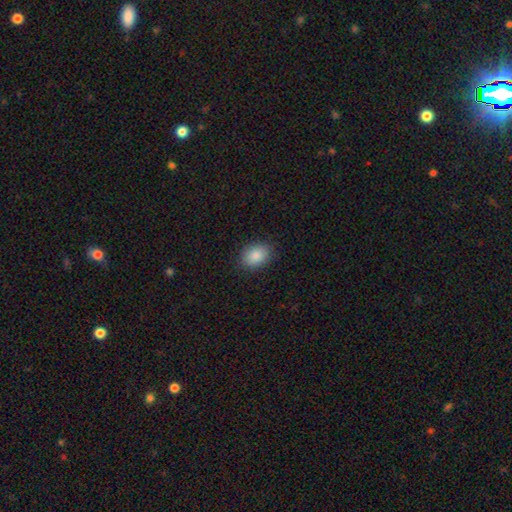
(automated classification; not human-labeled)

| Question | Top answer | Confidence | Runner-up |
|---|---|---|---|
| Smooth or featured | smooth | 88% | star or artifact (8%) |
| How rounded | in between | 72% | round (27%) |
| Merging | none | 87% | minor disturbance (9%) |